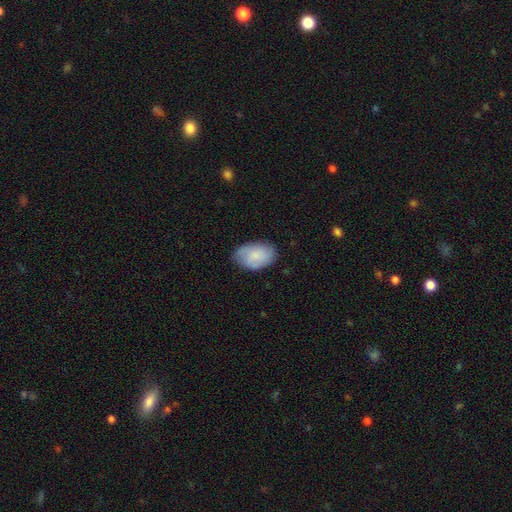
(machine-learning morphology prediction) smooth 75%, featured or disk 19%, star or artifact 6%. Down the decision tree: how rounded — in between (92%); merging — none (74%).